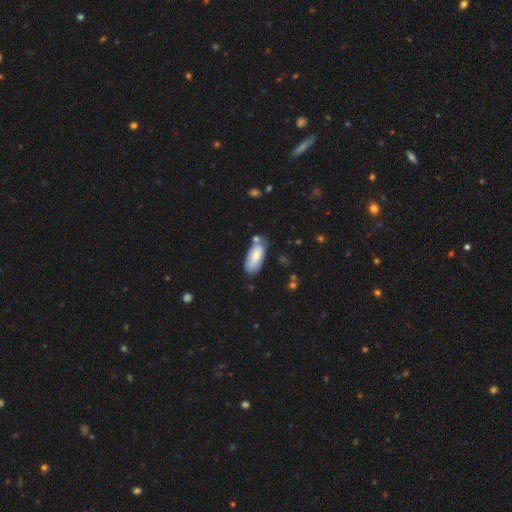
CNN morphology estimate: This is likely a smooth galaxy (71%). How rounded: clearly in between (88%). Merging: likely none (61%).